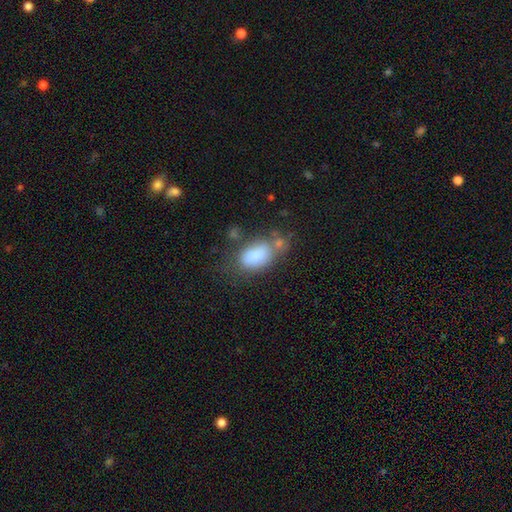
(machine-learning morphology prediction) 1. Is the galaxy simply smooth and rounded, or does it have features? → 83% smooth, 10% featured or disk, 8% star or artifact.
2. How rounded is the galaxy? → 90% in between, 8% round, 2% cigar-shaped.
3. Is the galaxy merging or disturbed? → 45% none, 22% merger, 22% minor disturbance, 11% major disturbance.